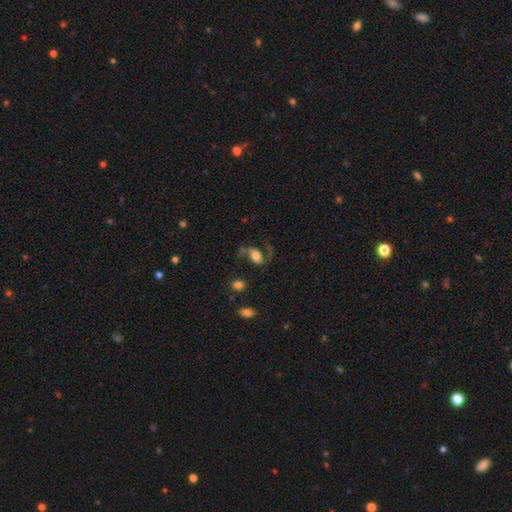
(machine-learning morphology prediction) featured or disk 59%, smooth 30%, star or artifact 11%. Down the decision tree: edge-on disk — no (95%); bar — no (52%); spiral arms — yes (88%); bulge size — large (45%); merging — none (53%).